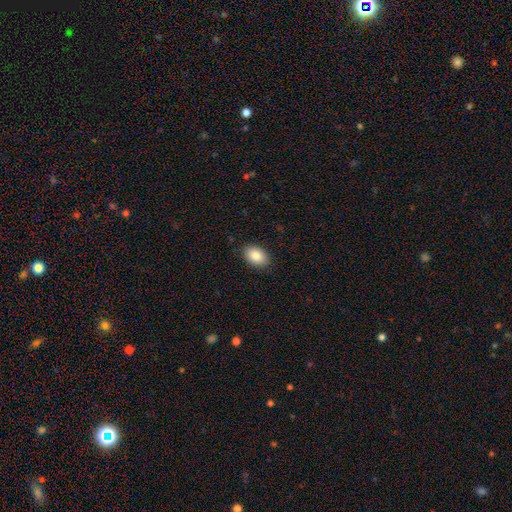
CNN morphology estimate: Smooth or featured?
  - smooth: 86% *
  - star or artifact: 7%
  - featured or disk: 6%
How rounded?
  - in between: 88% *
  - round: 11%
  - cigar-shaped: 1%
Merging?
  - none: 87% *
  - minor disturbance: 10%
  - major disturbance: 2%
  - merger: 1%